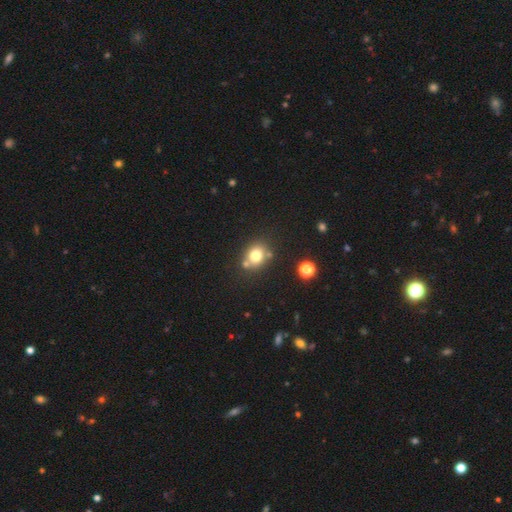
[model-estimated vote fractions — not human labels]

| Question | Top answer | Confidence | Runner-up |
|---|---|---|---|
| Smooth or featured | smooth | 75% | star or artifact (14%) |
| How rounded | round | 65% | in between (34%) |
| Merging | none | 66% | merger (17%) |